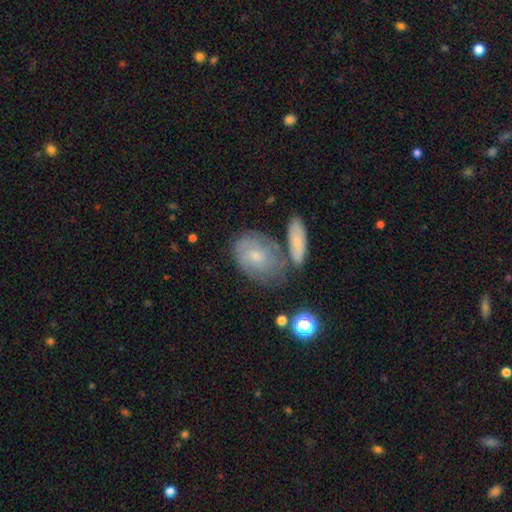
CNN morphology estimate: featured or disk 48%, smooth 43%, star or artifact 9%. Down the decision tree: merging — none (47%).